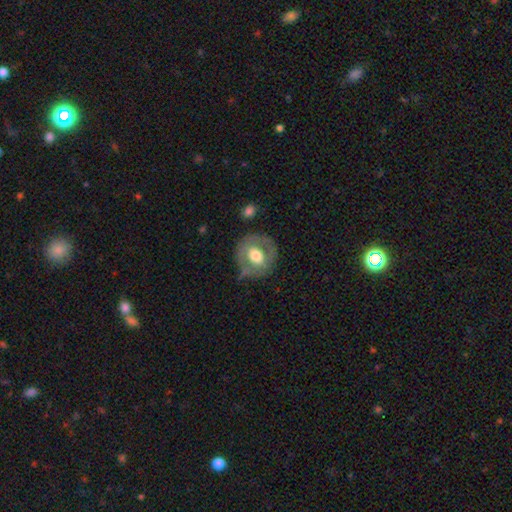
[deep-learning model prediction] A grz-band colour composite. It shows a featured or disk galaxy (48%). Merging: none (69%).